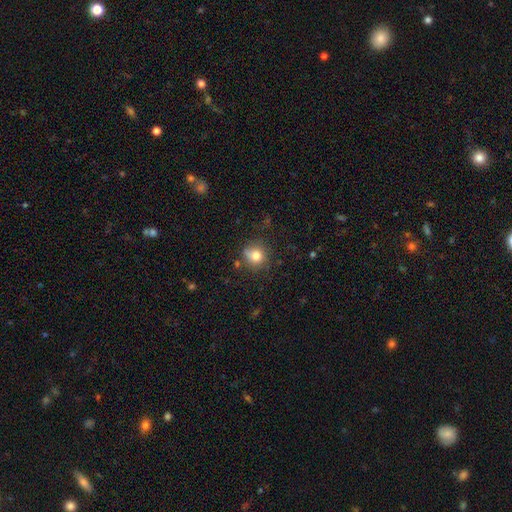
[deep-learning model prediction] Overall: smooth (78%). How rounded: round (83%). Merging: none (74%).